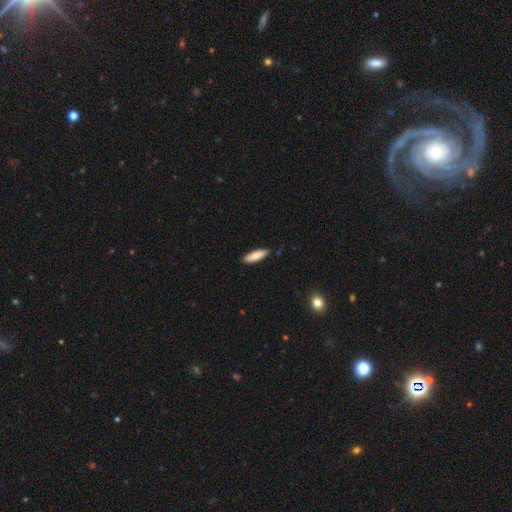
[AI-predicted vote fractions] This is clearly a smooth galaxy (81%). How rounded: likely cigar-shaped (65%). Merging: clearly none (88%).